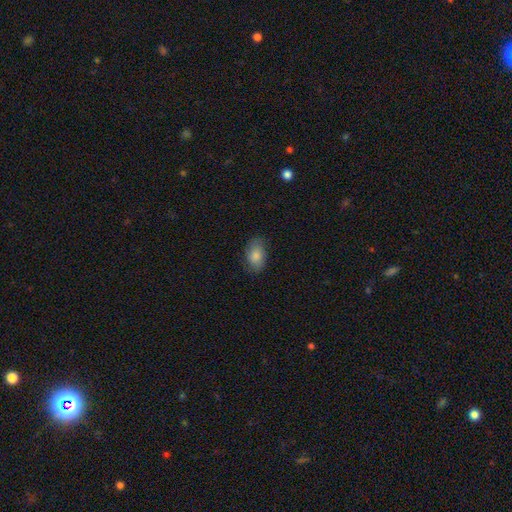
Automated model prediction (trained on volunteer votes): smooth-or-featured: smooth: 81% | featured or disk: 11% | star or artifact: 8%
  how-rounded: in between: 89% | round: 10% | cigar-shaped: 2%
  merging: none: 79% | minor disturbance: 16% | major disturbance: 4% | merger: 1%